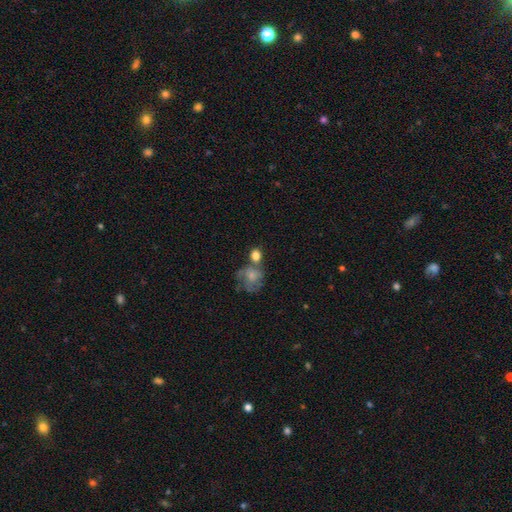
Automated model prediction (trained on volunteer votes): Overall: smooth (74%). How rounded: round (60%; in between 38%). Merging: none (46%; merger 32%).